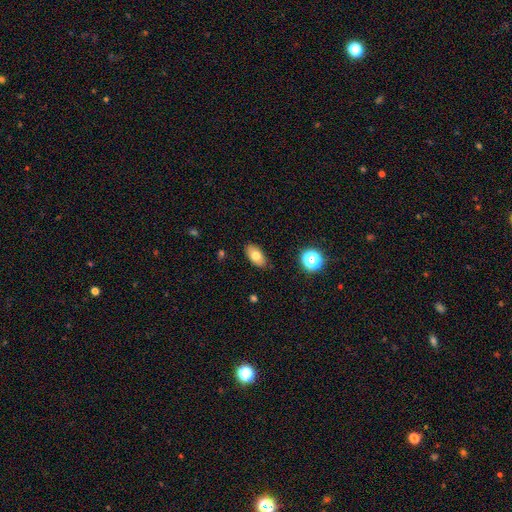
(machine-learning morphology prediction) Q: Smooth or featured?
A: smooth (75%); runner-up: featured or disk (16%)
Q: How rounded?
A: in between (90%); runner-up: round (6%)
Q: Merging?
A: none (86%); runner-up: minor disturbance (10%)